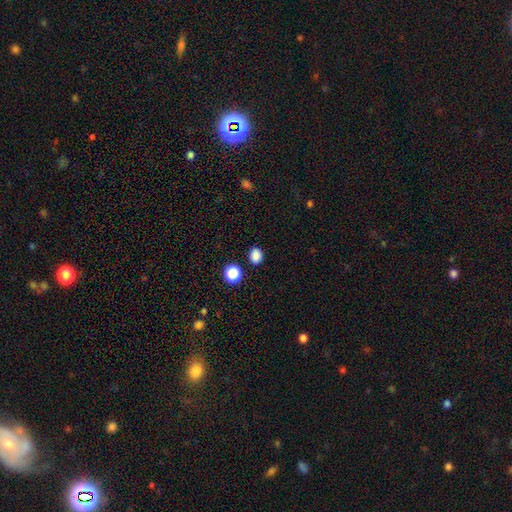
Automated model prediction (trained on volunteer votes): smooth 85%, star or artifact 12%, featured or disk 3%. Down the decision tree: how rounded — in between (51%); merging — none (87%).